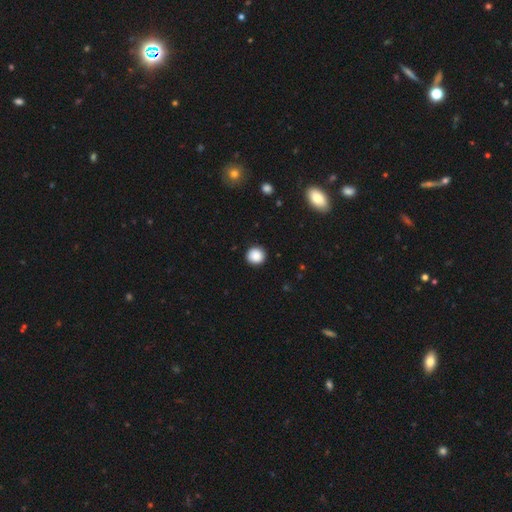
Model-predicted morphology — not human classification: The model was most divided on "smooth or featured": smooth: 88%, star or artifact: 9%, featured or disk: 3%. More confident: how rounded — round (93%); merging — none (91%).